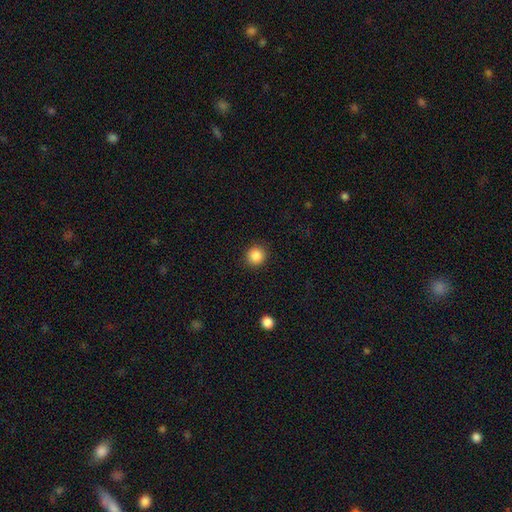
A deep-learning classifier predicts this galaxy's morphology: A smooth galaxy with no disk features (87%) that is round (90%). Merging: none (91%).